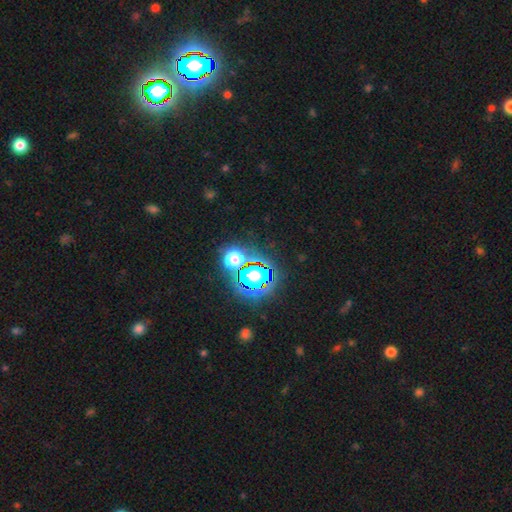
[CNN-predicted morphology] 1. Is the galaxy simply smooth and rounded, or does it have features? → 79% star or artifact, 14% smooth, 7% featured or disk.